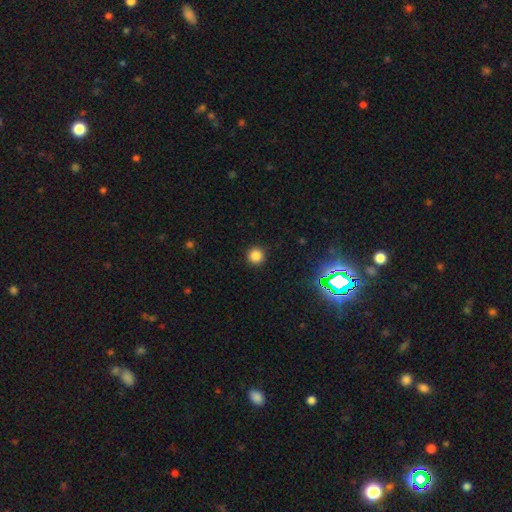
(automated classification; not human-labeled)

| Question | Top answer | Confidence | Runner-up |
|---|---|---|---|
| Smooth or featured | smooth | 83% | star or artifact (13%) |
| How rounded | round | 96% | in between (3%) |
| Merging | none | 92% | minor disturbance (5%) |